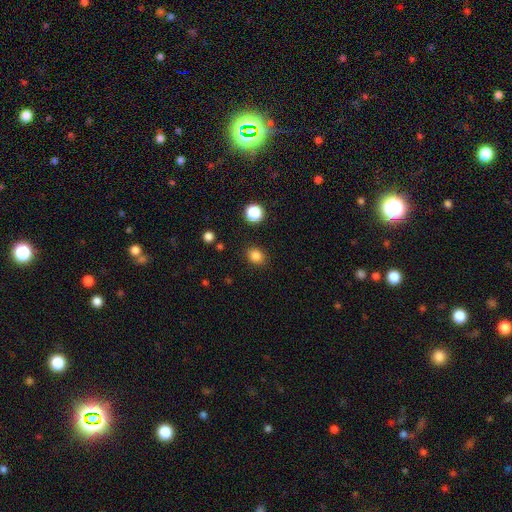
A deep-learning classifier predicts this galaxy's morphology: Overall: smooth (84%). How rounded: round (60%; in between 39%). Merging: none (87%).